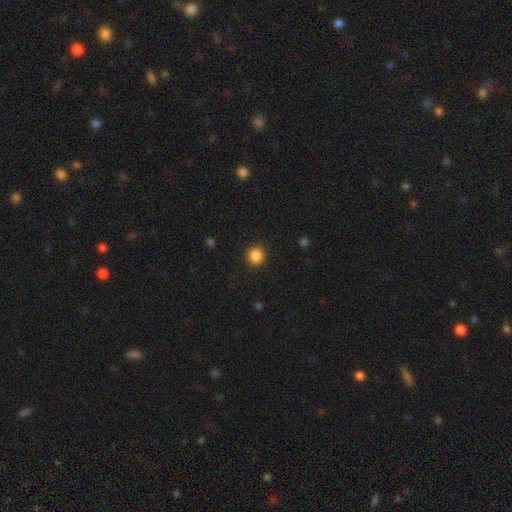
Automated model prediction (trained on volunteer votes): smooth-or-featured: smooth: 87% | star or artifact: 10% | featured or disk: 3%
  how-rounded: round: 93% | in between: 6% | cigar-shaped: 1%
  merging: none: 91% | minor disturbance: 6% | major disturbance: 2% | merger: 1%